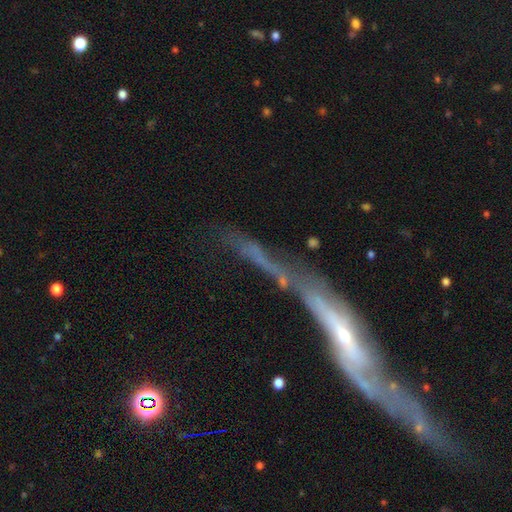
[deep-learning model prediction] The model was most divided on "merging": merger: 34%, none: 30%, major disturbance: 21%, minor disturbance: 15%. More confident: edge-on disk — yes (60%); smooth or featured — featured or disk (51%).